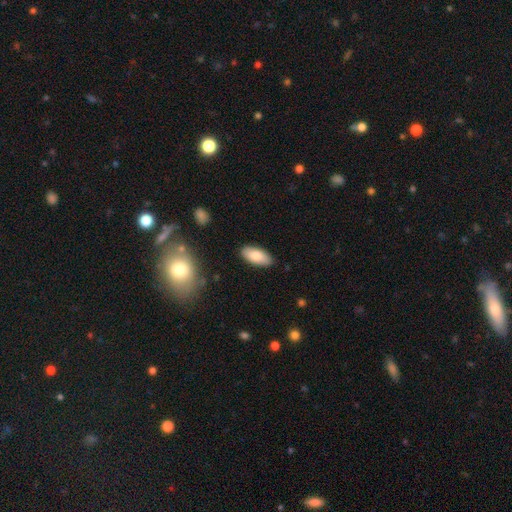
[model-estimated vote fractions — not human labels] Smooth or featured?
  - smooth: 81% *
  - featured or disk: 12%
  - star or artifact: 7%
How rounded?
  - in between: 89% *
  - cigar-shaped: 9%
  - round: 2%
Merging?
  - none: 87% *
  - minor disturbance: 10%
  - major disturbance: 2%
  - merger: 1%